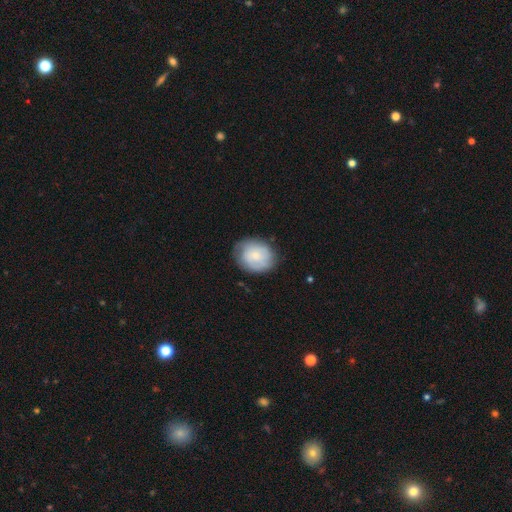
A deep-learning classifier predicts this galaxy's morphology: A smooth galaxy with no disk features (60%) that is round (59%).

Vote fractions:
- Smooth or featured? smooth: 60% / featured or disk: 34% / star or artifact: 7%
- How rounded? round: 59% / in between: 40% / cigar-shaped: 1%
- Merging? none: 69% / minor disturbance: 23% / major disturbance: 6% / merger: 1%